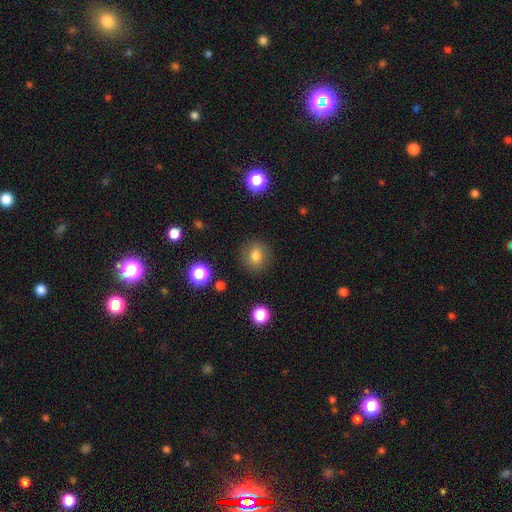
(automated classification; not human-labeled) Smooth or featured? Predicted: smooth (p=0.79). How rounded? Predicted: round (p=0.81). Merging? Predicted: none (p=0.88).